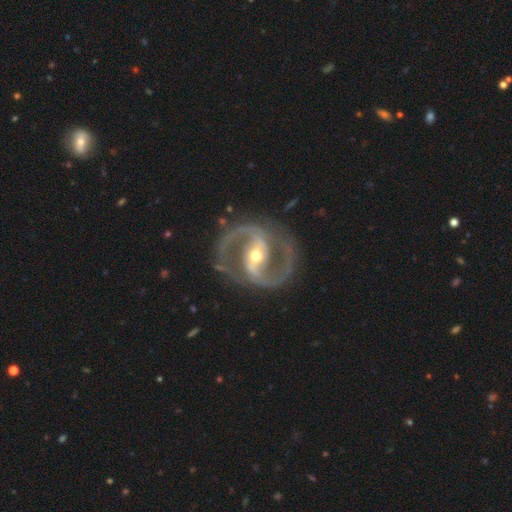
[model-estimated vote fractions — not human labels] Smooth or featured: featured or disk — 92% (star or artifact — 5%)
Edge-on disk: no — 97% (yes — 3%)
Bar: strong — 64% (weak — 25%)
Spiral arms: yes — 98% (no — 2%)
Spiral winding: medium — 61% (tight — 27%)
Spiral arm count: 2 — 94% (3 — 2%)
Bulge size: small — 49% (moderate — 46%)
Merging: none — 83% (minor disturbance — 10%)